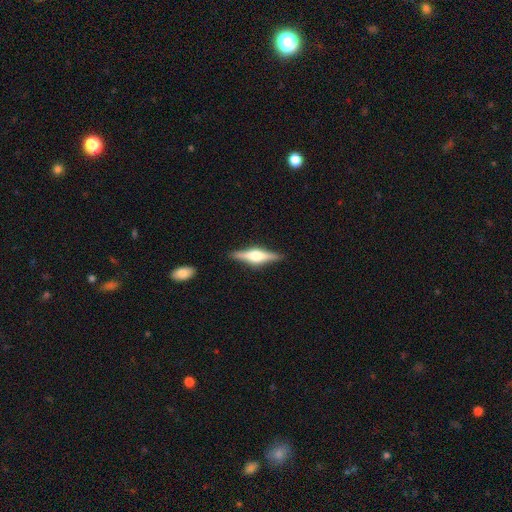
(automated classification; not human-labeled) Overall: featured or disk (72%). Edge-on disk: yes (97%). Edge-on bulge: rounded (89%). Merging: none (89%).